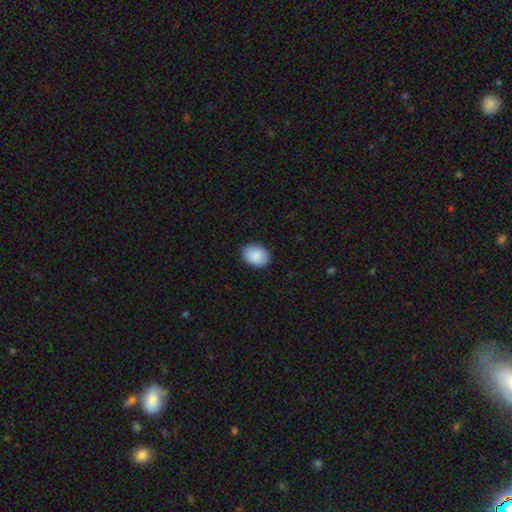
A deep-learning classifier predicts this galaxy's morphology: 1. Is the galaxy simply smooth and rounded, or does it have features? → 90% smooth, 6% star or artifact, 4% featured or disk.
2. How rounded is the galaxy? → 75% in between, 25% round, 1% cigar-shaped.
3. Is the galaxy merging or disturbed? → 89% none, 8% minor disturbance, 2% major disturbance, 1% merger.